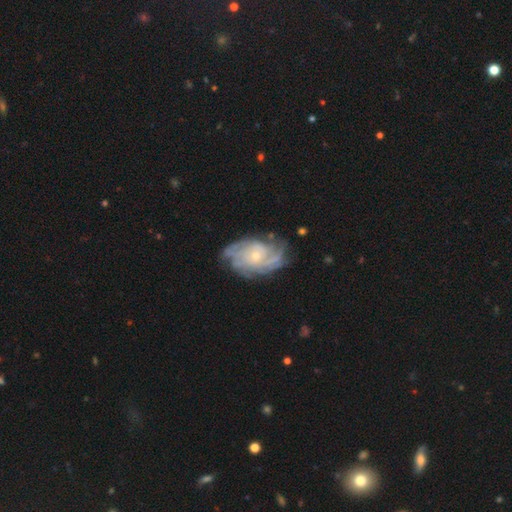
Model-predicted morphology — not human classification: The model was most divided on "spiral arm count": can't tell: 37%, 4: 18%, 3: 15%, 2: 14%, more than 4: 9%, 1: 6%. More confident: edge-on disk — no (96%); spiral arms — yes (94%); smooth or featured — featured or disk (83%); bar — no (76%); merging — none (72%); bulge size — small (70%); spiral winding — tight (62%).